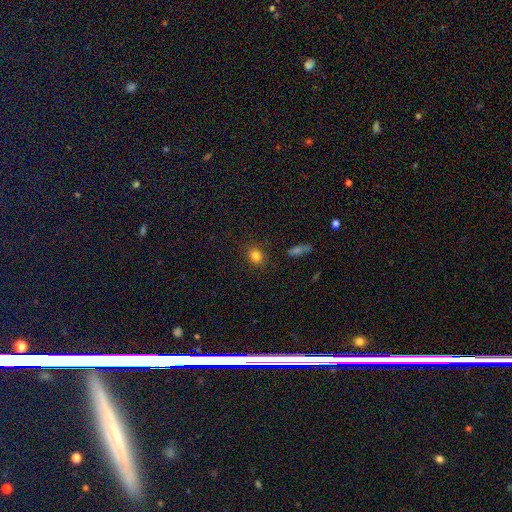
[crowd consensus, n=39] smooth_or_featured: smooth (p=0.97) [alt: star or artifact p=0.03]
how_rounded: round (p=0.76) [alt: in between p=0.24]
merging: none (p=0.87) [alt: minor disturbance p=0.08]